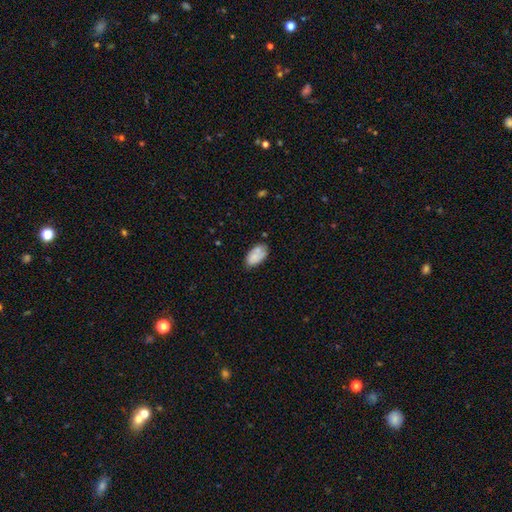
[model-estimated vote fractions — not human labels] Smooth or featured: smooth — 75% (featured or disk — 18%)
How rounded: in between — 93% (round — 4%)
Merging: none — 62% (minor disturbance — 23%)